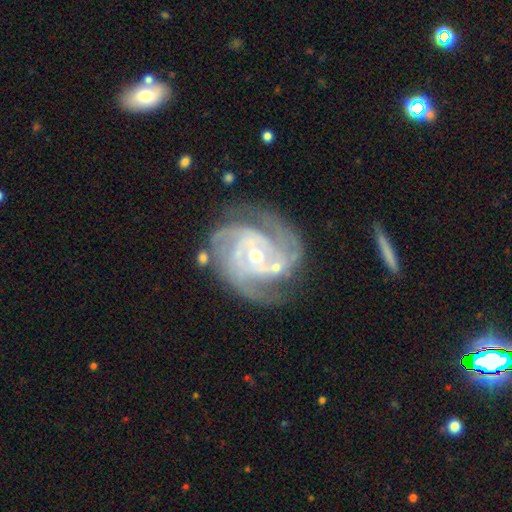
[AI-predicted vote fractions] featured or disk 91%, star or artifact 5%, smooth 4%. Down the decision tree: edge-on disk — no (98%); bar — no (54%); spiral arms — yes (98%); spiral arm count — 3 (38%); spiral winding — tight (63%); bulge size — small (51%); merging — none (65%).